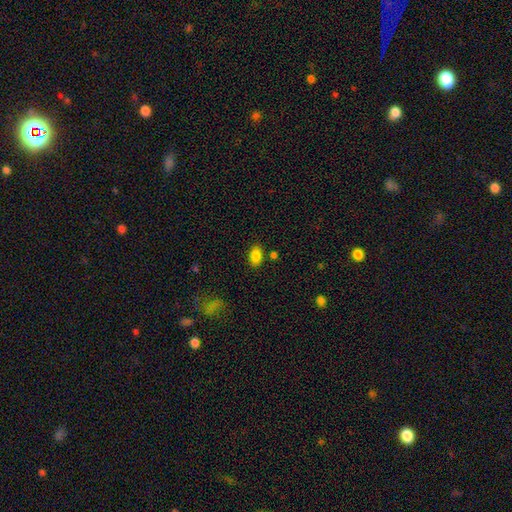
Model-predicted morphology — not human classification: Q: Smooth or featured?
A: smooth (85%); runner-up: star or artifact (9%)
Q: How rounded?
A: in between (90%); runner-up: round (8%)
Q: Merging?
A: none (83%); runner-up: minor disturbance (10%)